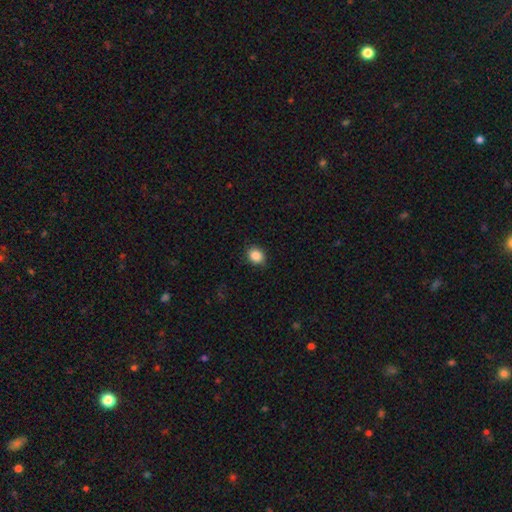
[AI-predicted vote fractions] smooth_or_featured: smooth (p=0.87) [alt: star or artifact p=0.09]
how_rounded: round (p=0.58) [alt: in between p=0.41]
merging: none (p=0.87) [alt: minor disturbance p=0.10]